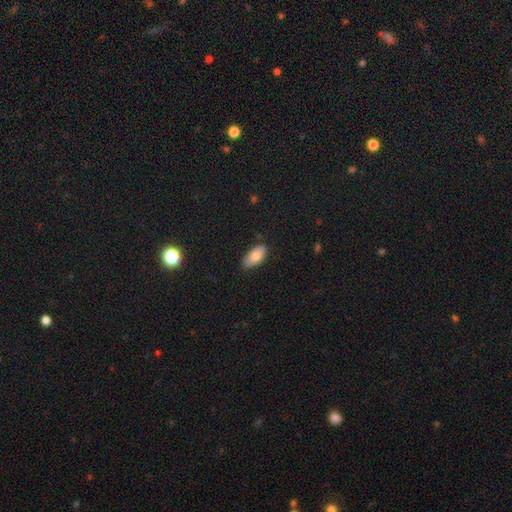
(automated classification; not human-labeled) A smooth galaxy with no disk features (80%) that is in between round and cigar-shaped (91%).

Vote fractions:
- Smooth or featured? smooth: 80% / featured or disk: 13% / star or artifact: 7%
- How rounded? in between: 91% / cigar-shaped: 6% / round: 3%
- Merging? none: 76% / minor disturbance: 20% / major disturbance: 3% / merger: 1%